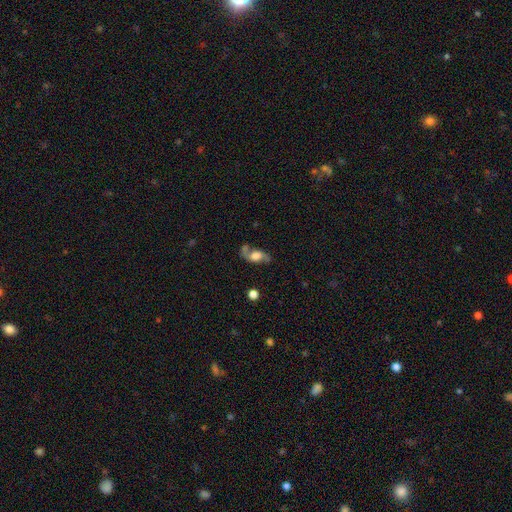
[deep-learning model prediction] smooth_or_featured: featured or disk (p=0.65) [alt: smooth p=0.26]
disk_edge_on: no (p=0.87) [alt: yes p=0.13]
bar: no (p=0.62) [alt: weak p=0.30]
has_spiral_arms: yes (p=0.87) [alt: no p=0.13]
bulge_size: large (p=0.50) [alt: moderate p=0.27]
merging: none (p=0.61) [alt: minor disturbance p=0.20]